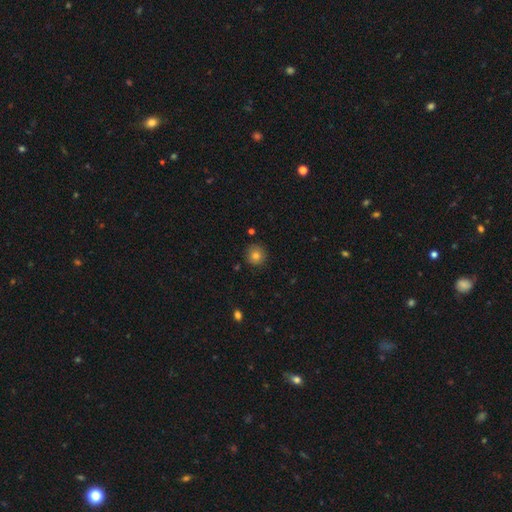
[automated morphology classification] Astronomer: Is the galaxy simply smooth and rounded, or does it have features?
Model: smooth — 80%.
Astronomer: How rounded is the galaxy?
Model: round — 94%.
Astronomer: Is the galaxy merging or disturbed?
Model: none — 88%.